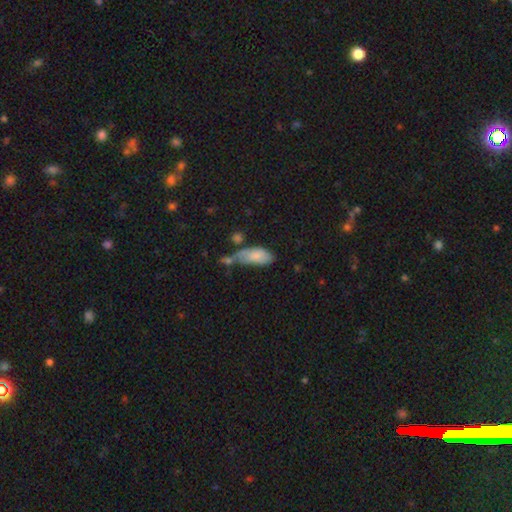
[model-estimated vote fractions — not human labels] Overall: smooth (78%). How rounded: in between (87%). Merging: none (31%; minor disturbance 27%).